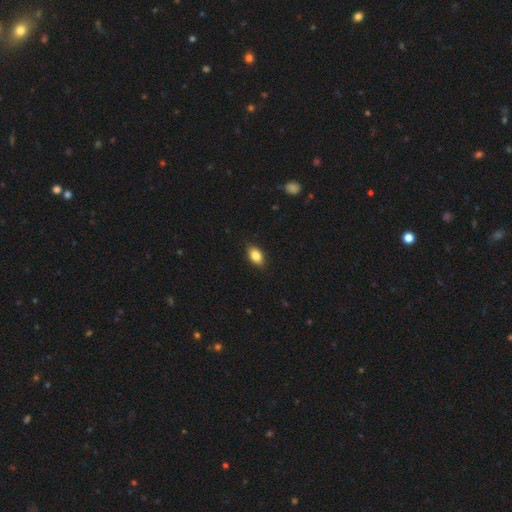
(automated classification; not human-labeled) A smooth galaxy with no disk features (85%) that is in between round and cigar-shaped (88%).

Vote fractions:
- Smooth or featured? smooth: 85% / star or artifact: 8% / featured or disk: 8%
- How rounded? in between: 88% / round: 9% / cigar-shaped: 2%
- Merging? none: 87% / minor disturbance: 10% / major disturbance: 2% / merger: 1%